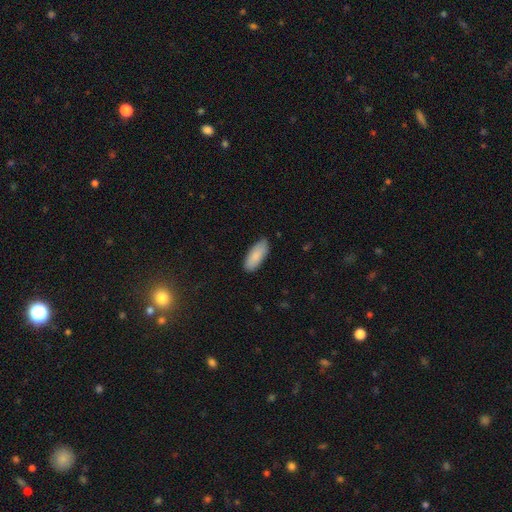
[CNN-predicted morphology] Q: Smooth or featured?
A: smooth (87%); runner-up: featured or disk (8%)
Q: How rounded?
A: in between (81%); runner-up: cigar-shaped (17%)
Q: Merging?
A: none (82%); runner-up: minor disturbance (14%)